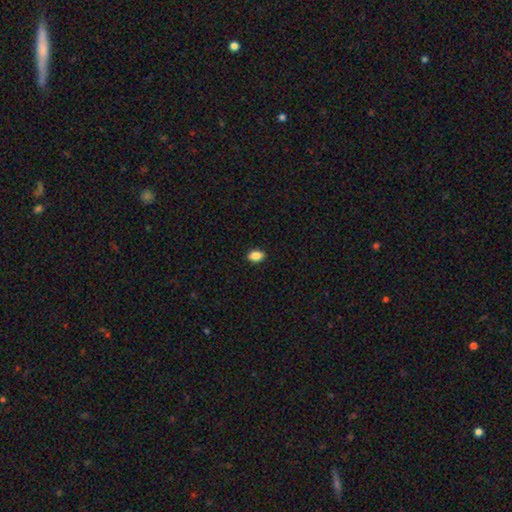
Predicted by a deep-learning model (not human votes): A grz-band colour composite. It shows a smooth galaxy with no disk features (87%) that is in between round and cigar-shaped (84%). Merging: none (89%).